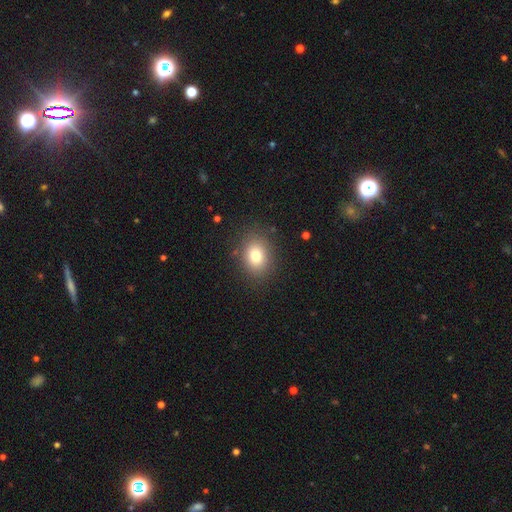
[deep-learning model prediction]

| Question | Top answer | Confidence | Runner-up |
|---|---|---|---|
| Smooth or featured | smooth | 78% | star or artifact (12%) |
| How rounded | in between | 54% | round (45%) |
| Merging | none | 86% | minor disturbance (9%) |